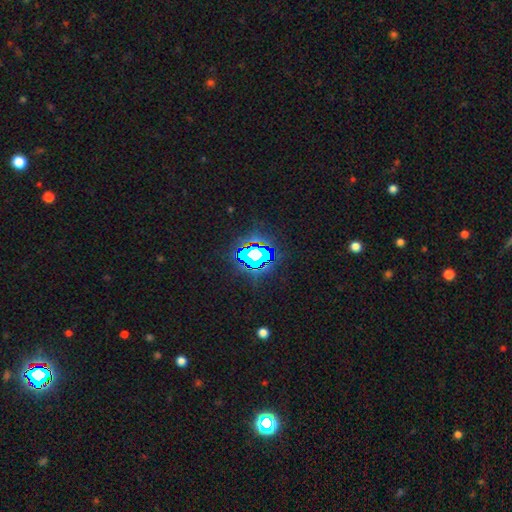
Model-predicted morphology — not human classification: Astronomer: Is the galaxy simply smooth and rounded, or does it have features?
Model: star or artifact — 71%.